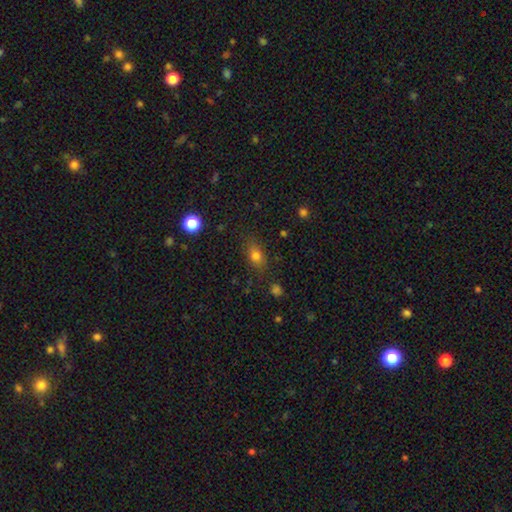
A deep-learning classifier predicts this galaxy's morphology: type=smooth (76%); roundness=in between (73%); merging=none (79%).